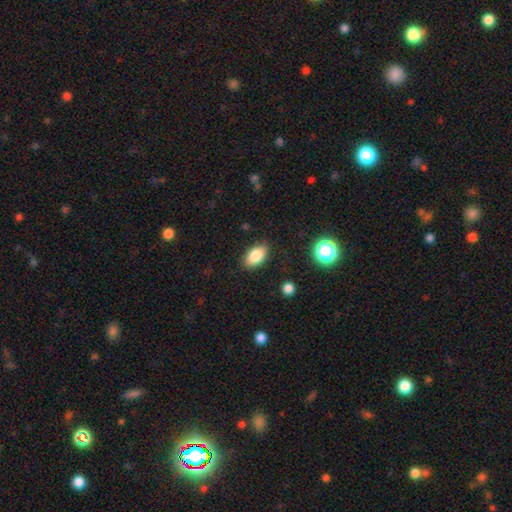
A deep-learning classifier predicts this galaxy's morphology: Smooth or featured: smooth — 83% (star or artifact — 9%)
How rounded: in between — 90% (round — 7%)
Merging: none — 86% (minor disturbance — 10%)